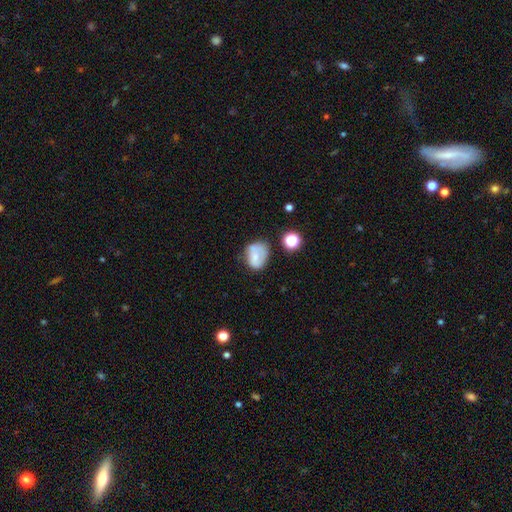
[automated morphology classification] This is likely a smooth galaxy (62%). How rounded: possibly in between (59%). Merging: possibly none (47%).